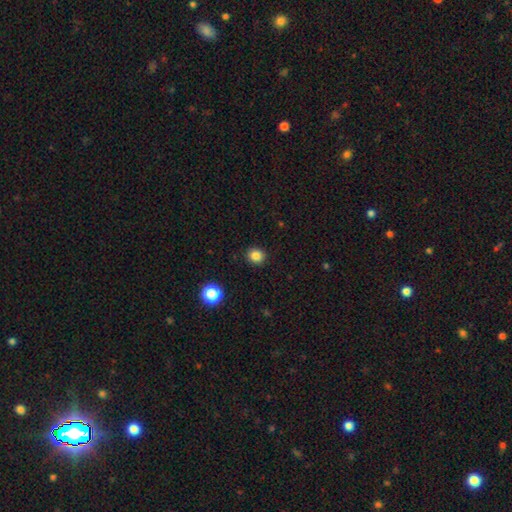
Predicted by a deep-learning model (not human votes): A smooth galaxy with no disk features (84%) that is round (82%).

Vote fractions:
- Smooth or featured? smooth: 84% / star or artifact: 12% / featured or disk: 4%
- How rounded? round: 82% / in between: 17% / cigar-shaped: 1%
- Merging? none: 91% / minor disturbance: 6% / major disturbance: 2% / merger: 1%